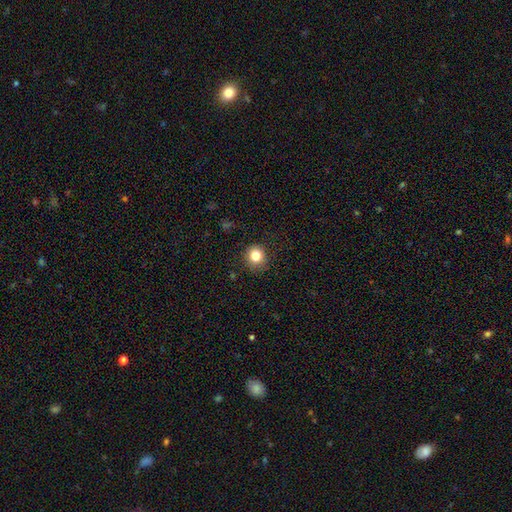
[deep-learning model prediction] smooth 82%, star or artifact 11%, featured or disk 6%. Down the decision tree: how rounded — round (88%); merging — none (88%).